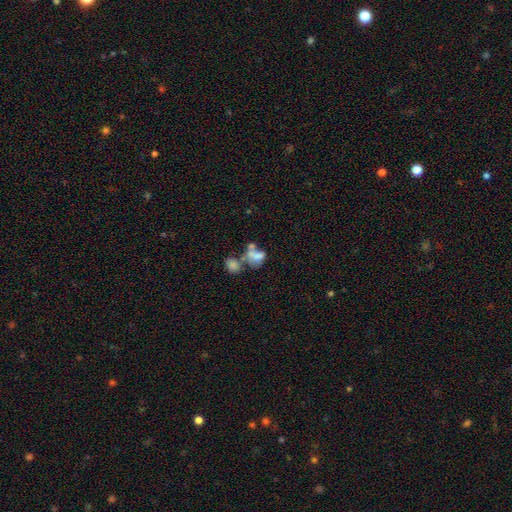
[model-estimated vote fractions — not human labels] This appears to be a smooth galaxy with no disk features (59%) that is in between round and cigar-shaped (71%). Merging: merger (56%).